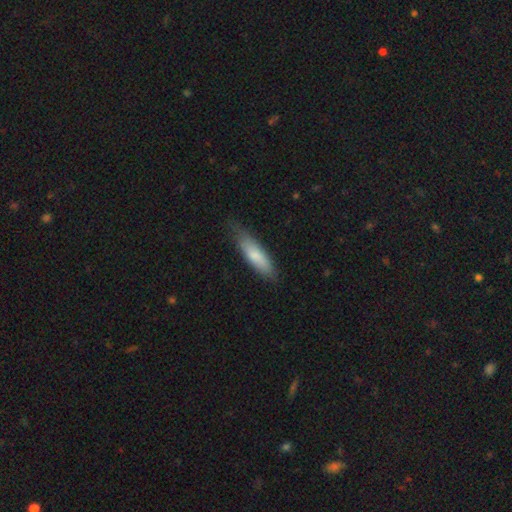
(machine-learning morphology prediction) Smooth or featured? Predicted: smooth (p=0.79). How rounded? Predicted: cigar-shaped (p=0.58). Merging? Predicted: none (p=0.69).